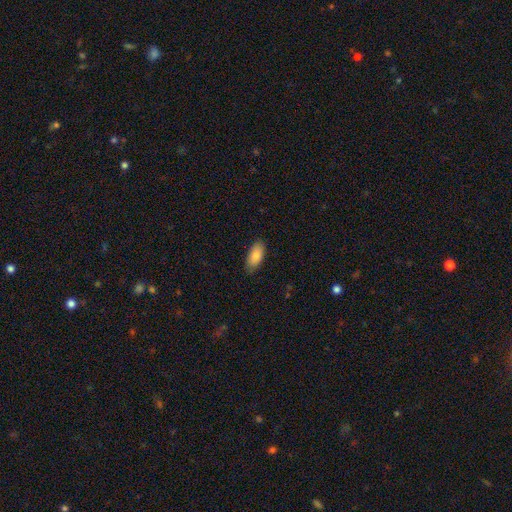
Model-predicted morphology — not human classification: Q: Smooth or featured?
A: smooth (86%); runner-up: featured or disk (8%)
Q: How rounded?
A: in between (89%); runner-up: cigar-shaped (9%)
Q: Merging?
A: none (84%); runner-up: minor disturbance (13%)